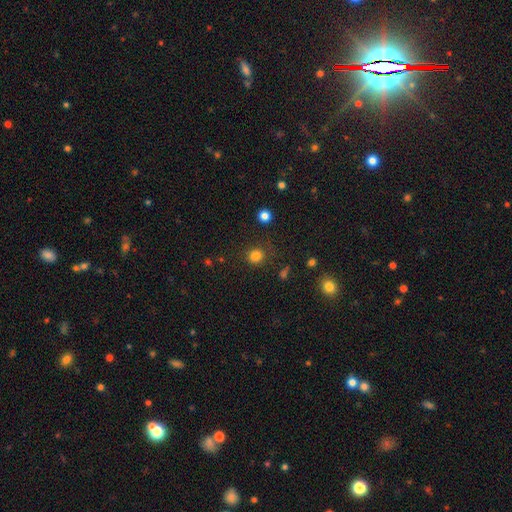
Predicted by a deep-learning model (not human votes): This is clearly a smooth galaxy (82%). How rounded: clearly round (86%). Merging: clearly none (83%).